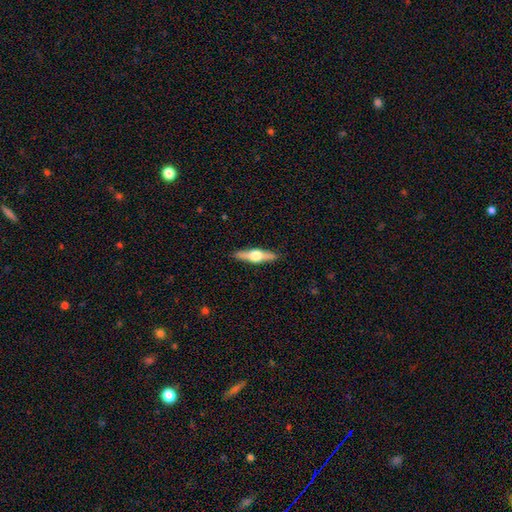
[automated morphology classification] Smooth or featured? Predicted: featured or disk (p=0.66). Edge-on disk? Predicted: yes (p=0.97). Edge-on bulge? Predicted: rounded (p=0.95). Merging? Predicted: none (p=0.90).